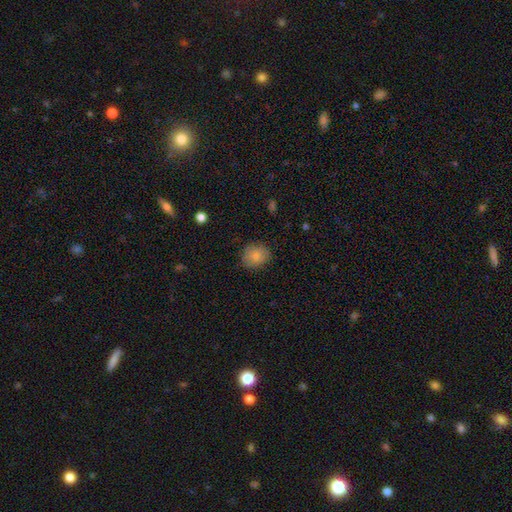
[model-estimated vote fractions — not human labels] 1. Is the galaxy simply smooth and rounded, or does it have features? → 85% smooth, 8% star or artifact, 7% featured or disk.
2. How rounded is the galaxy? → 70% round, 29% in between, 1% cigar-shaped.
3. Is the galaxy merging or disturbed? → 82% none, 14% minor disturbance, 3% major disturbance, 1% merger.